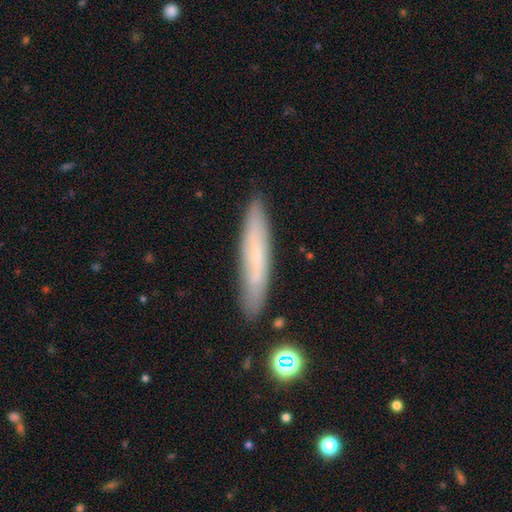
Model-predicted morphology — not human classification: A smooth galaxy with no disk features (58%) that is cigar-shaped (92%). Merging: none (86%).